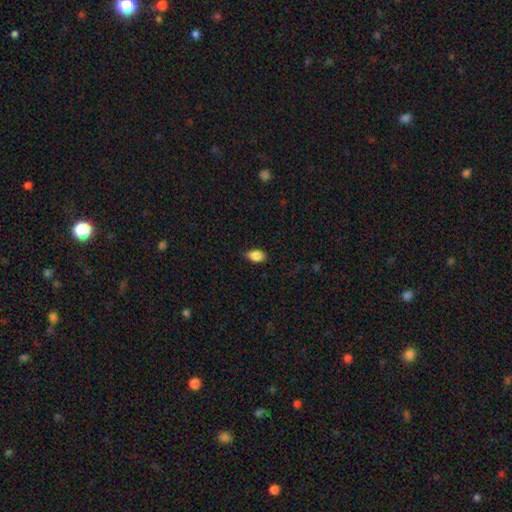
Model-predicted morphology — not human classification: A smooth galaxy with no disk features (87%) that is in between round and cigar-shaped (89%). Merging: none (74%).